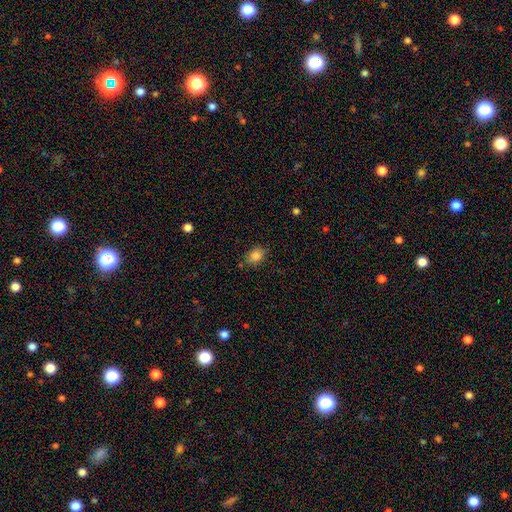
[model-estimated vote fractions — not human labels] This is clearly a smooth galaxy (84%). How rounded: likely in between (68%). Merging: likely none (80%).